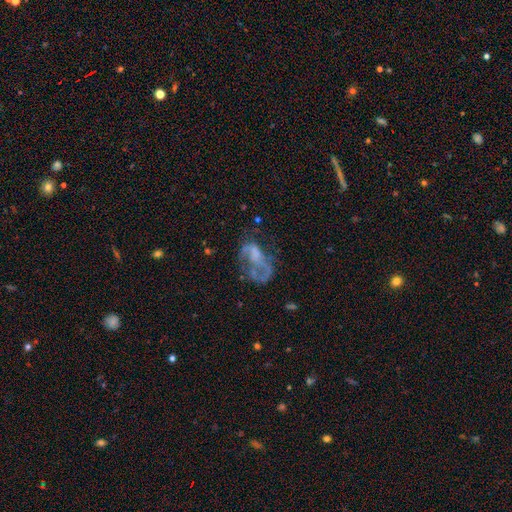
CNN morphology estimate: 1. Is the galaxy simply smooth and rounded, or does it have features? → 61% featured or disk, 25% smooth, 14% star or artifact.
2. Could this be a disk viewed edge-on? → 97% no, 3% yes.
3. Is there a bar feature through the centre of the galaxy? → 79% no, 16% weak, 5% strong.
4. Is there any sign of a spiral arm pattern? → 66% no, 34% yes.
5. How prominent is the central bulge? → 63% none, 15% small, 14% moderate, 6% large, 2% dominant.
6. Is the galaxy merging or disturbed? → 44% major disturbance, 30% none, 18% minor disturbance, 8% merger.